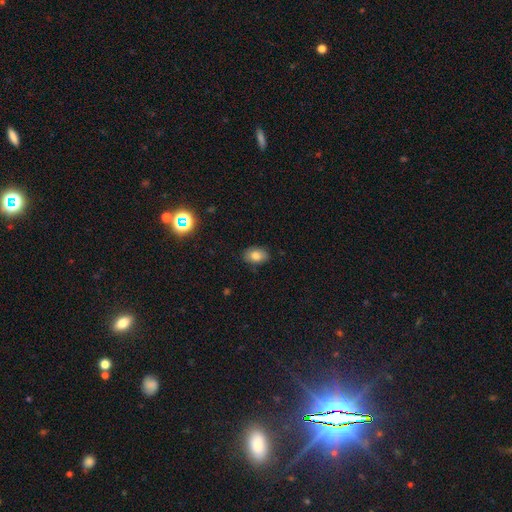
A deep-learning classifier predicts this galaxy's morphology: The model was most divided on "how rounded": in between: 82%, round: 17%, cigar-shaped: 1%. More confident: merging — none (83%); smooth or featured — smooth (81%).